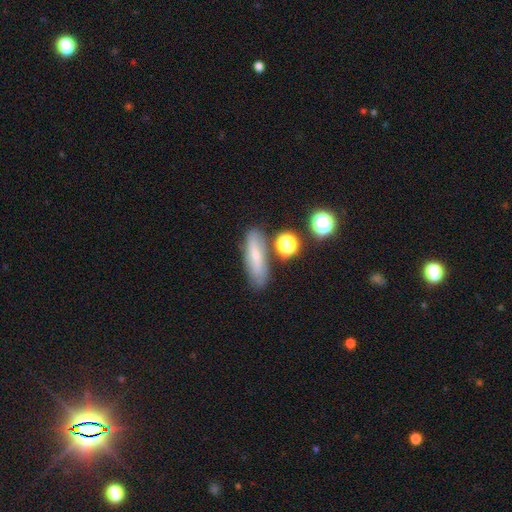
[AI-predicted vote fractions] smooth_or_featured: smooth (p=0.60) [alt: featured or disk p=0.29]
how_rounded: cigar-shaped (p=0.54) [alt: in between p=0.41]
merging: none (p=0.75) [alt: minor disturbance p=0.14]